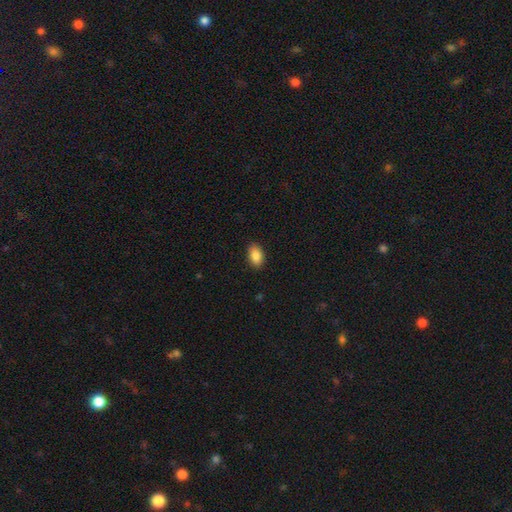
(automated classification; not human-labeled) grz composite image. It shows a smooth galaxy with no disk features (88%) that is in between round and cigar-shaped (92%). Merging: none (89%).